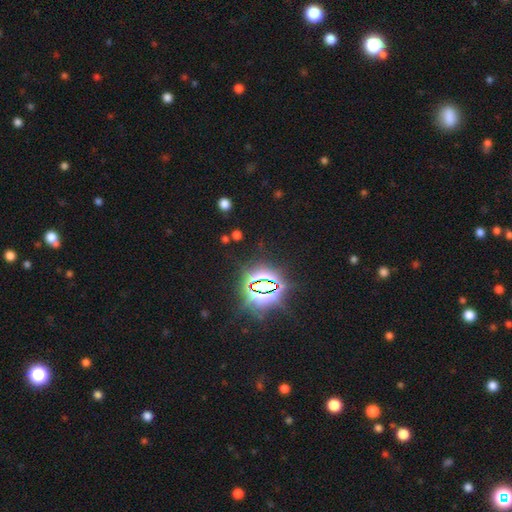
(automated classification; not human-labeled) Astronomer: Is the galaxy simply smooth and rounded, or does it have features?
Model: star or artifact — 84%.